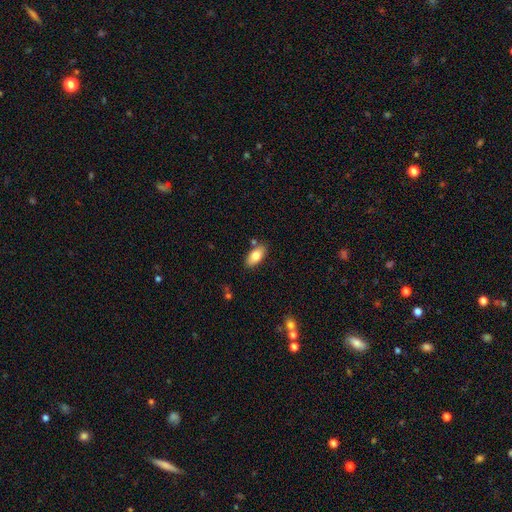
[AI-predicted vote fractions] A smooth galaxy with no disk features (78%) that is in between round and cigar-shaped (91%).

Vote fractions:
- Smooth or featured? smooth: 78% / featured or disk: 15% / star or artifact: 7%
- How rounded? in between: 91% / cigar-shaped: 7% / round: 3%
- Merging? none: 80% / minor disturbance: 12% / merger: 5% / major disturbance: 2%